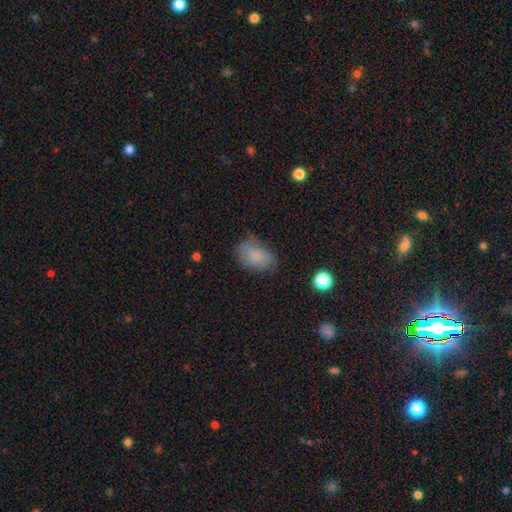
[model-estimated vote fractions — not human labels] This is likely a smooth galaxy (80%). How rounded: clearly in between (84%). Merging: likely none (62%).